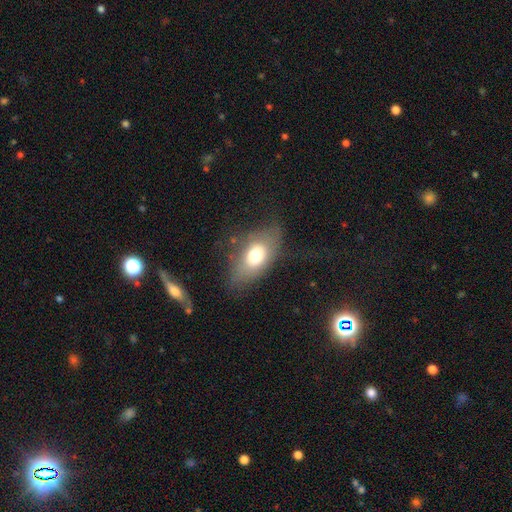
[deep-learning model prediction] This appears to be a smooth galaxy with no disk features (66%) that is in between round and cigar-shaped (85%). Merging: none (61%).